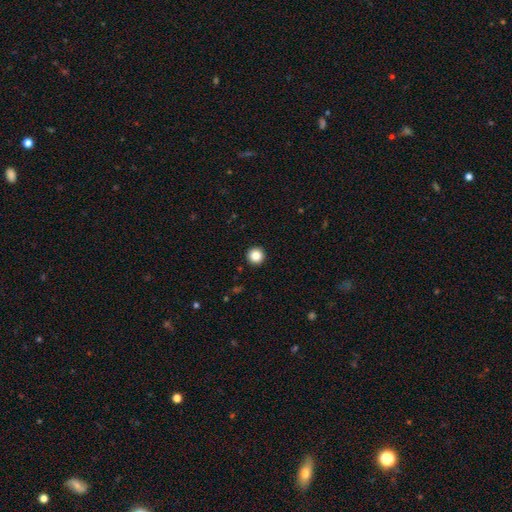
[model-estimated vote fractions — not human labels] smooth 86%, star or artifact 10%, featured or disk 4%. Down the decision tree: how rounded — round (96%); merging — none (94%).